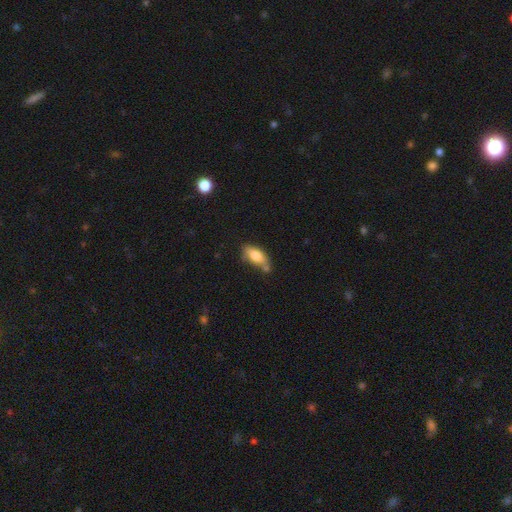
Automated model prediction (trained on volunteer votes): This is likely a smooth galaxy (78%). How rounded: clearly in between (82%). Merging: possibly none (55%).